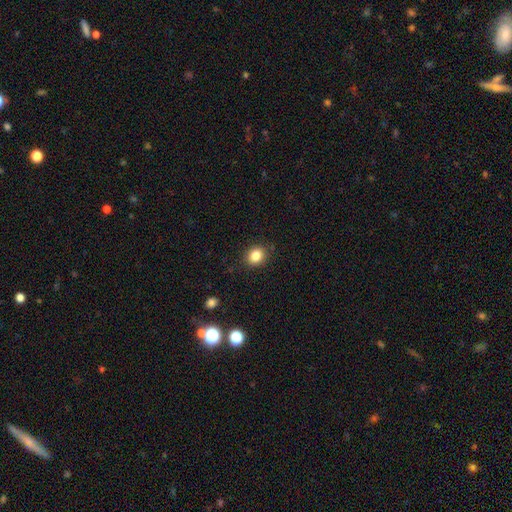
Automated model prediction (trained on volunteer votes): A smooth galaxy with no disk features (84%) that is round (64%).

Vote fractions:
- Smooth or featured? smooth: 84% / star or artifact: 11% / featured or disk: 6%
- How rounded? round: 64% / in between: 35% / cigar-shaped: 1%
- Merging? none: 88% / minor disturbance: 8% / major disturbance: 2% / merger: 1%